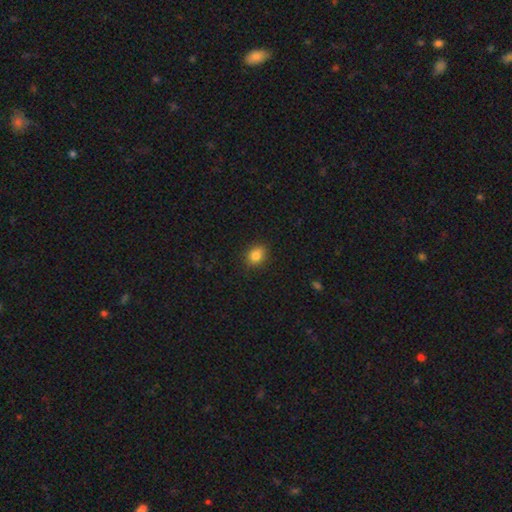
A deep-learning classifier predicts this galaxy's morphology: Overall: smooth (82%). How rounded: round (52%; in between 47%). Merging: none (85%).